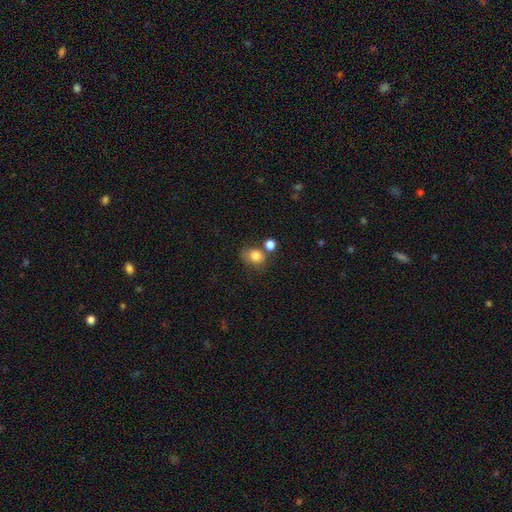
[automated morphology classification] smooth_or_featured: smooth (p=0.82) [alt: star or artifact p=0.10]
how_rounded: round (p=0.59) [alt: in between p=0.40]
merging: none (p=0.55) [alt: merger p=0.21]